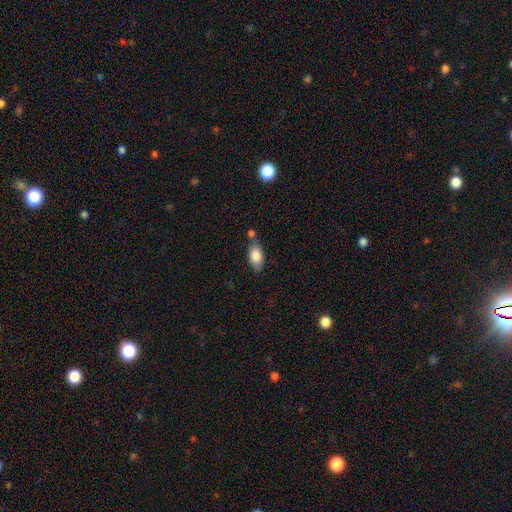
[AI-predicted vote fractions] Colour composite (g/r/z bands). It shows a smooth galaxy with no disk features (83%) that is in between round and cigar-shaped (90%). Merging: none (59%).